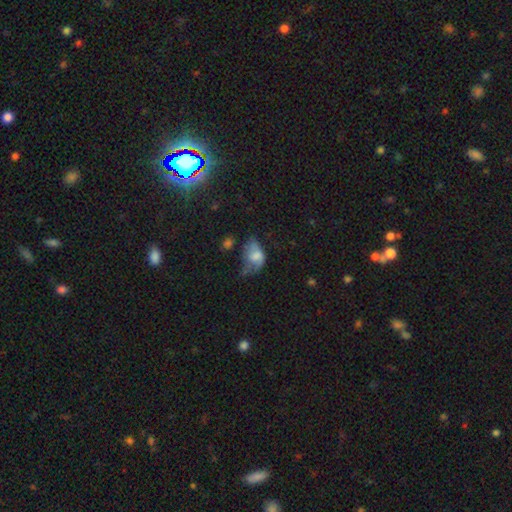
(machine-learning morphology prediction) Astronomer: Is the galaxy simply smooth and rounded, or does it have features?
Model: smooth — 59%.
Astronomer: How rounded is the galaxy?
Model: in between — 81%.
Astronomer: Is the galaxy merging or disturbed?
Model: major disturbance — 40% (runner-up: minor disturbance, 32%).